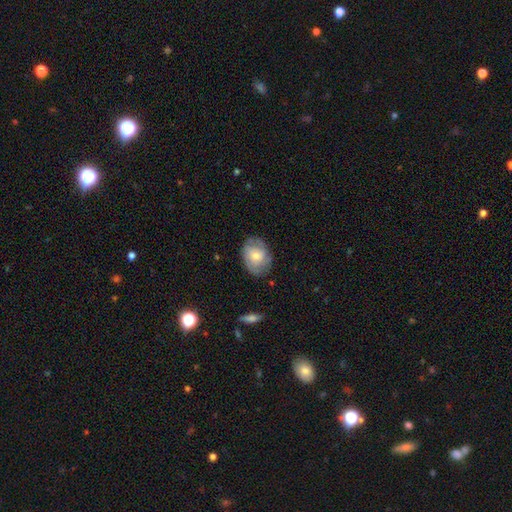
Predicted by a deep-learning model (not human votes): Q: Smooth or featured?
A: featured or disk (47%); runner-up: smooth (45%)
Q: Merging?
A: none (74%); runner-up: minor disturbance (19%)